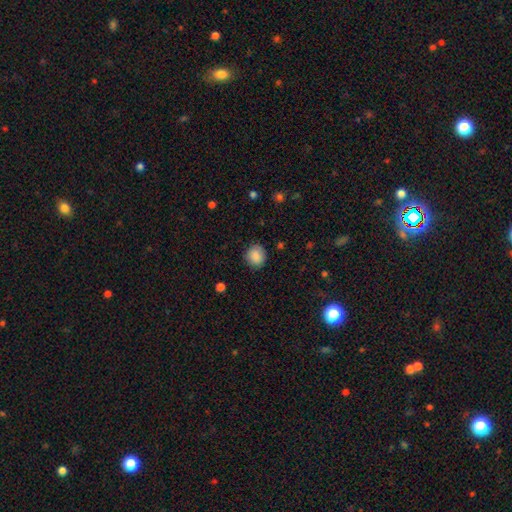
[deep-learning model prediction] A smooth galaxy with no disk features (87%) that is round (81%).

Vote fractions:
- Smooth or featured? smooth: 87% / star or artifact: 8% / featured or disk: 5%
- How rounded? round: 81% / in between: 18% / cigar-shaped: 1%
- Merging? none: 86% / minor disturbance: 10% / major disturbance: 3% / merger: 1%